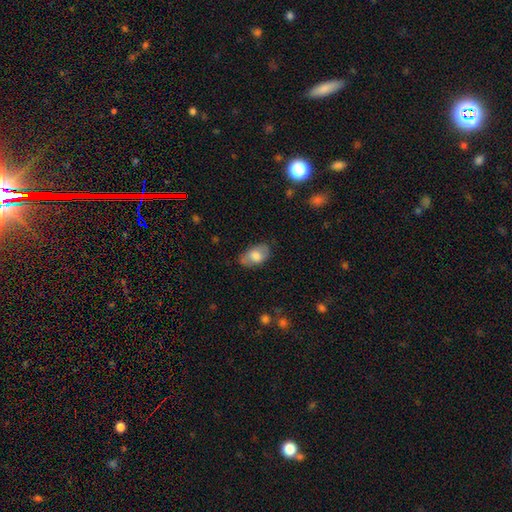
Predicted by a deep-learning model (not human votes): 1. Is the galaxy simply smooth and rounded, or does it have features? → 71% smooth, 23% featured or disk, 7% star or artifact.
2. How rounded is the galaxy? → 92% in between, 6% round, 2% cigar-shaped.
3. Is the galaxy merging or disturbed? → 69% none, 23% minor disturbance, 6% major disturbance, 1% merger.